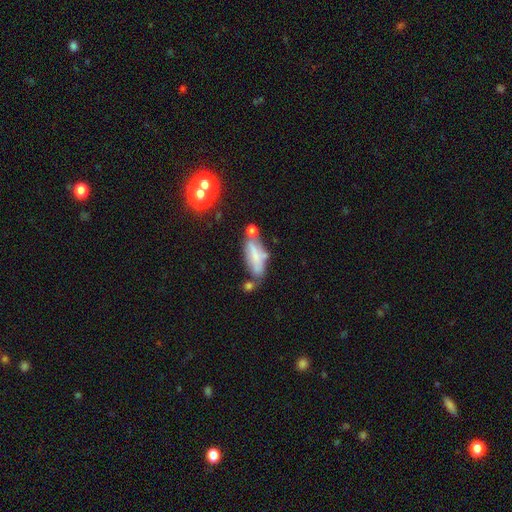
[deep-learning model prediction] The model was most divided on "merging": none: 34%, merger: 26%, minor disturbance: 24%, major disturbance: 17%. More confident: how rounded — in between (63%); smooth or featured — smooth (51%).